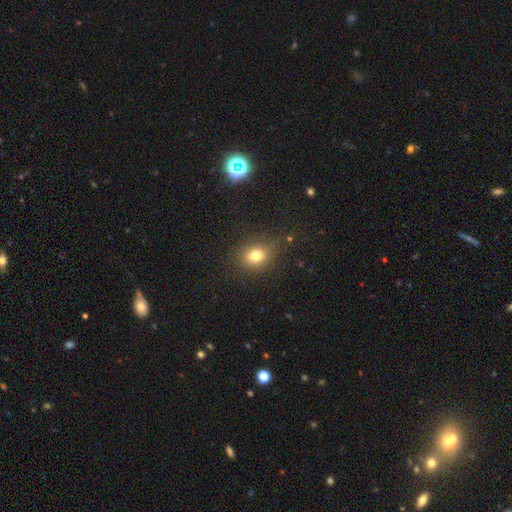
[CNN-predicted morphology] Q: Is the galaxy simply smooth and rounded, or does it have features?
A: smooth — 77%.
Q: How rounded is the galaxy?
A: round — 56%.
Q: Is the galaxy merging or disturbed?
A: none — 78%.